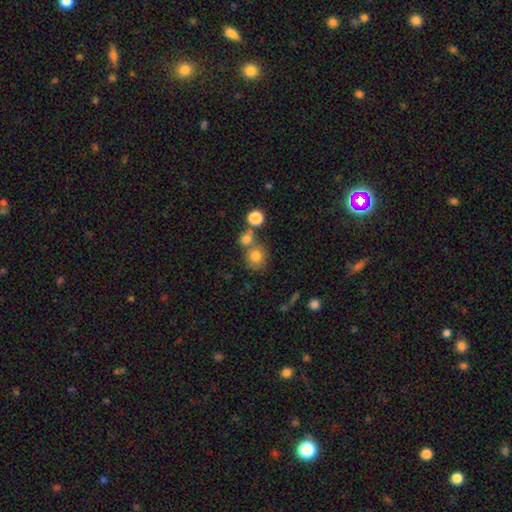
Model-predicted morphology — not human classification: Overall: smooth (77%). How rounded: round (84%). Merging: none (57%; merger 30%).